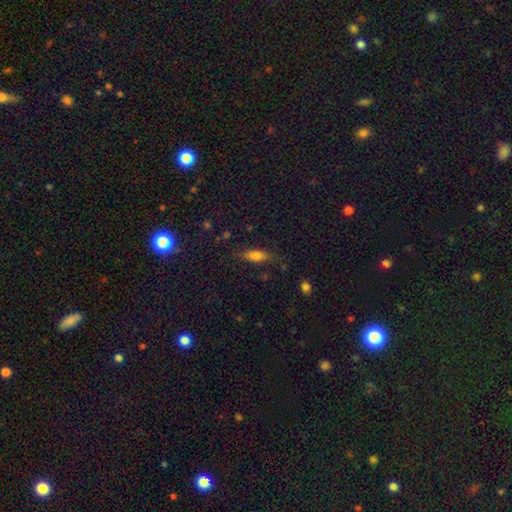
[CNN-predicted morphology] Smooth or featured?
  - smooth: 75% *
  - featured or disk: 15%
  - star or artifact: 9%
How rounded?
  - in between: 66% *
  - cigar-shaped: 31%
  - round: 3%
Merging?
  - none: 76% *
  - minor disturbance: 17%
  - major disturbance: 5%
  - merger: 2%